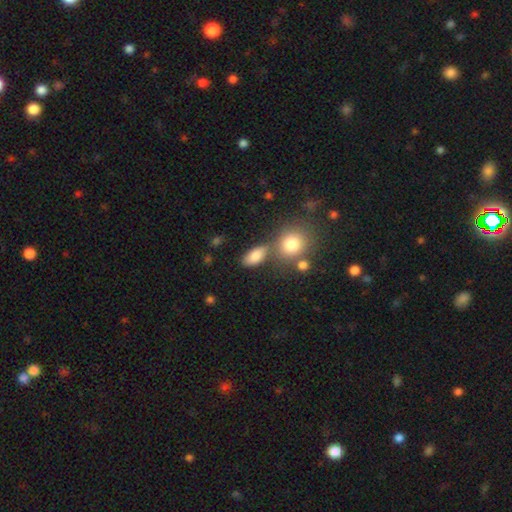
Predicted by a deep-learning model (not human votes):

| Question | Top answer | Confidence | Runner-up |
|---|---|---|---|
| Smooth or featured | smooth | 81% | star or artifact (10%) |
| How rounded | in between | 83% | round (11%) |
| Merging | none | 60% | merger (19%) |